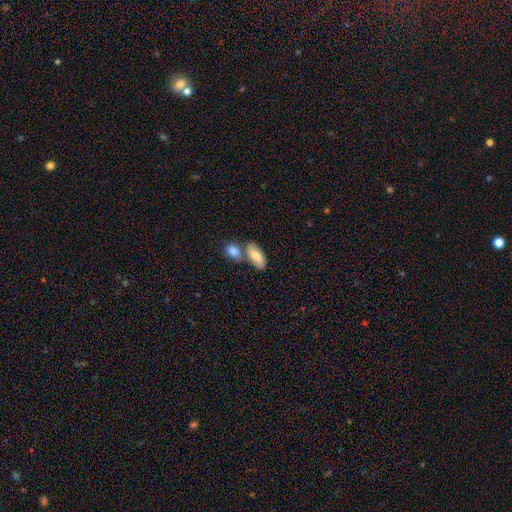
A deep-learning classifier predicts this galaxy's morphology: smooth 74%, featured or disk 19%, star or artifact 7%. Down the decision tree: how rounded — in between (84%); merging — merger (44%).